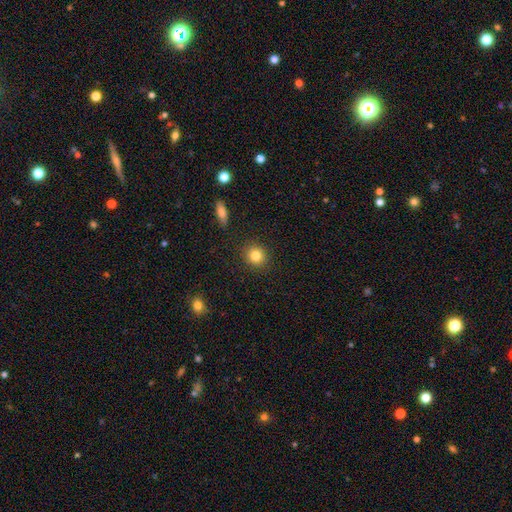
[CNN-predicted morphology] Overall: smooth (83%). How rounded: round (87%). Merging: none (90%).